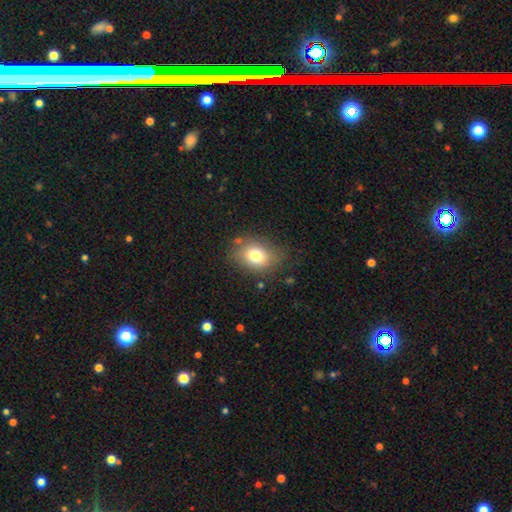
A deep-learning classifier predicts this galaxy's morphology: Smooth or featured: smooth — 76% (featured or disk — 13%)
How rounded: in between — 62% (round — 37%)
Merging: none — 75% (minor disturbance — 17%)